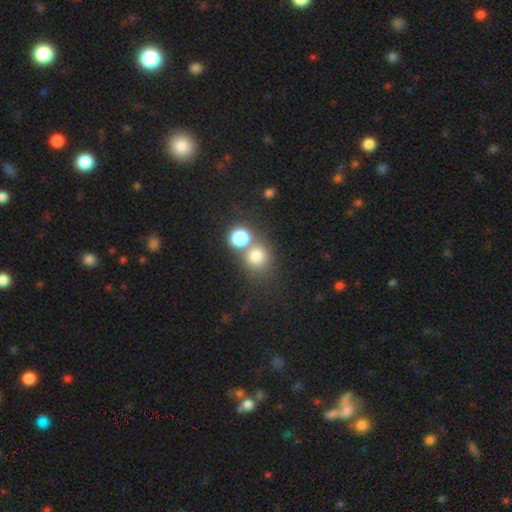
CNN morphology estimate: Smooth or featured?
  - smooth: 75% *
  - star or artifact: 15%
  - featured or disk: 10%
How rounded?
  - round: 81% *
  - in between: 18%
  - cigar-shaped: 1%
Merging?
  - merger: 44% *
  - none: 43%
  - minor disturbance: 8%
  - major disturbance: 4%